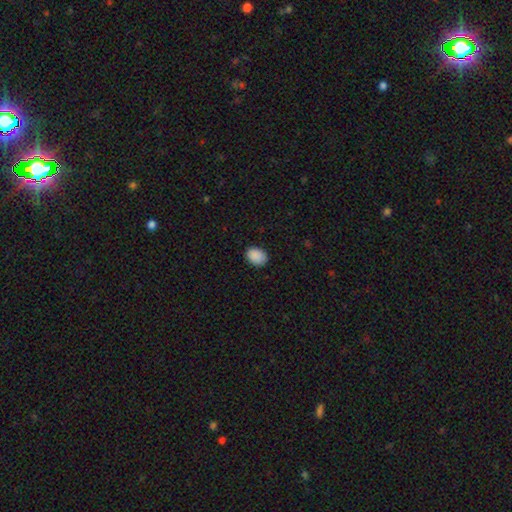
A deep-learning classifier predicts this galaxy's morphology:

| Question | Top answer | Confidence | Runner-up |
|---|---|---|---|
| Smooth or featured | smooth | 89% | star or artifact (8%) |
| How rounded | in between | 71% | round (28%) |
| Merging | none | 85% | minor disturbance (12%) |